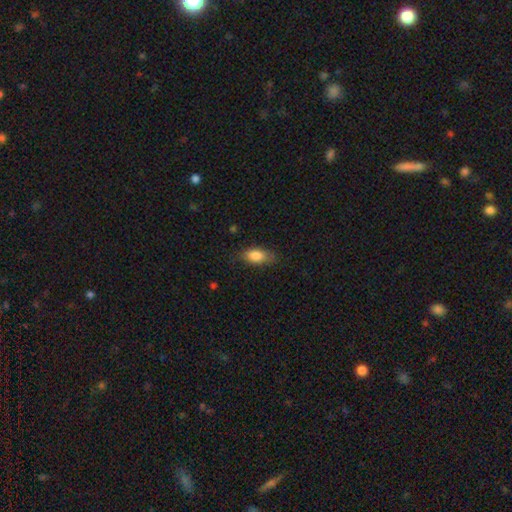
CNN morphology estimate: Smooth or featured? Predicted: smooth (p=0.84). How rounded? Predicted: in between (p=0.86). Merging? Predicted: none (p=0.73).